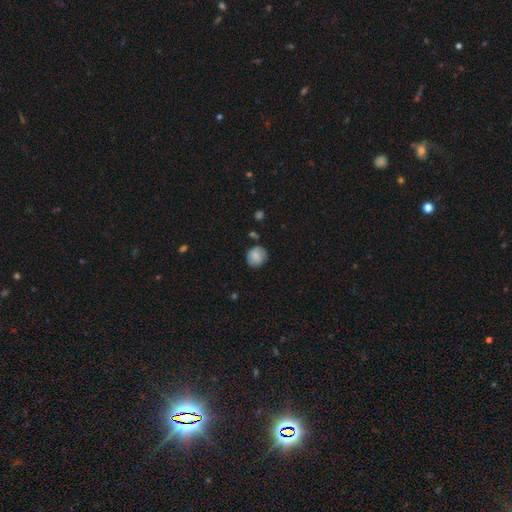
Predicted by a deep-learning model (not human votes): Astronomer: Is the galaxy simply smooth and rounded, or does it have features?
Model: smooth — 78%.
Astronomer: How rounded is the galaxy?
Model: round — 81%.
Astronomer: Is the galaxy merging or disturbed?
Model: none — 78%.